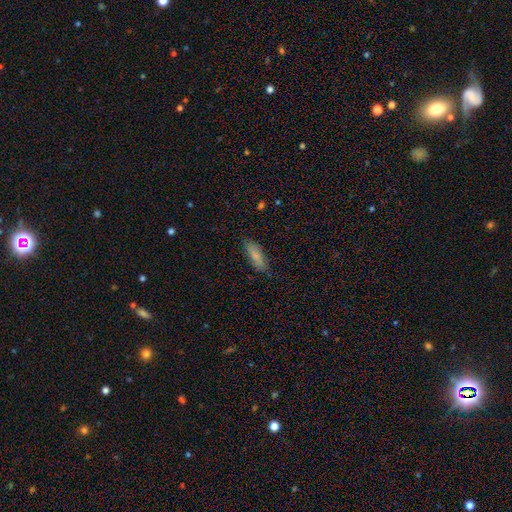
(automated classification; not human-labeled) Morphology: type=smooth (82%); roundness=in between (56%); merging=none (83%).